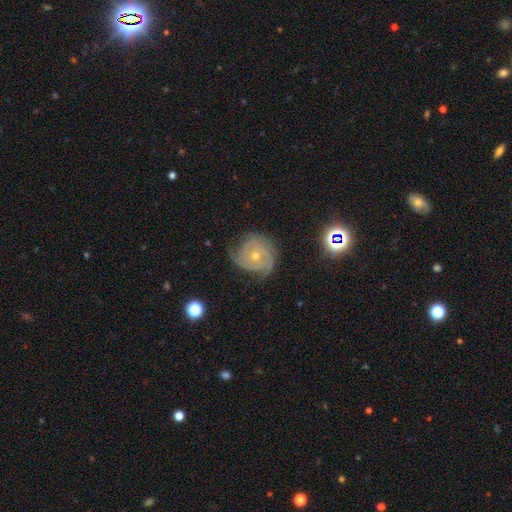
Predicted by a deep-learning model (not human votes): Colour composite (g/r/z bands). It shows a featured or disk galaxy (86%) with no bar (79%), 3 (43%) tight (67%) spiral arms (97%) and a small central bulge (55%). Merging: none (69%).